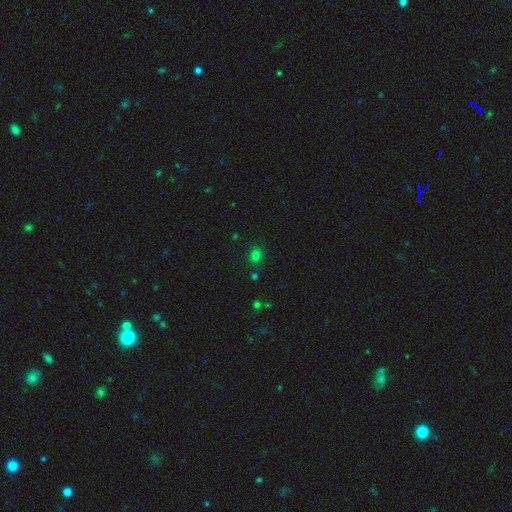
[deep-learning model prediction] Overall: smooth (72%). How rounded: round (73%). Merging: none (83%).